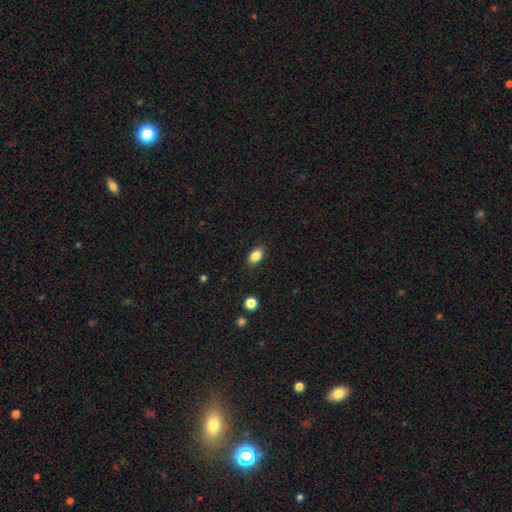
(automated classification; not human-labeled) Smooth or featured: smooth — 85% (star or artifact — 9%)
How rounded: in between — 87% (round — 9%)
Merging: none — 85% (minor disturbance — 12%)